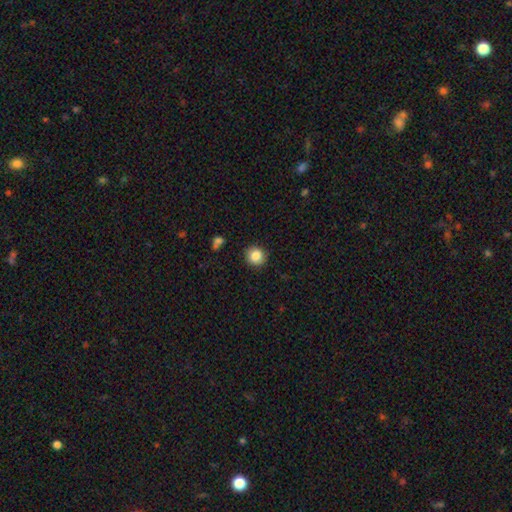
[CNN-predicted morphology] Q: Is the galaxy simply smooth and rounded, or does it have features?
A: smooth — 86%.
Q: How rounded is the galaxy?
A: round — 90%.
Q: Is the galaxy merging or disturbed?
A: none — 87%.